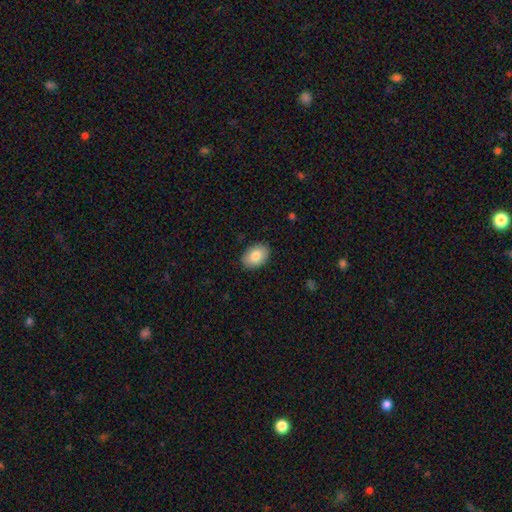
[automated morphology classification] A smooth galaxy with no disk features (83%) that is in between round and cigar-shaped (83%).

Vote fractions:
- Smooth or featured? smooth: 83% / featured or disk: 11% / star or artifact: 7%
- How rounded? in between: 83% / round: 16% / cigar-shaped: 1%
- Merging? none: 88% / minor disturbance: 9% / major disturbance: 2% / merger: 1%